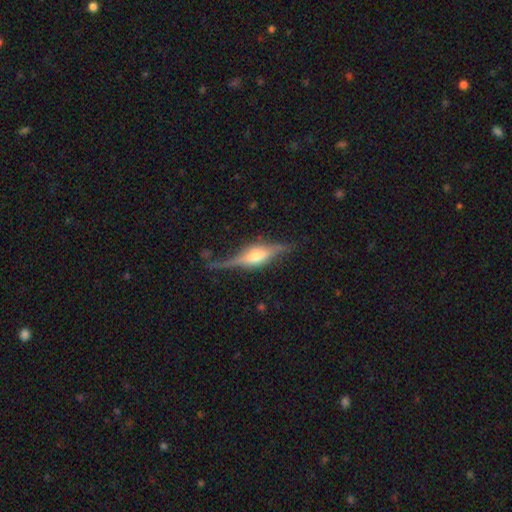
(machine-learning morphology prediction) Smooth or featured: featured or disk — 82% (smooth — 13%)
Edge-on disk: yes — 95% (no — 5%)
Edge-on bulge: rounded — 85% (boxy — 13%)
Merging: none — 76% (minor disturbance — 16%)